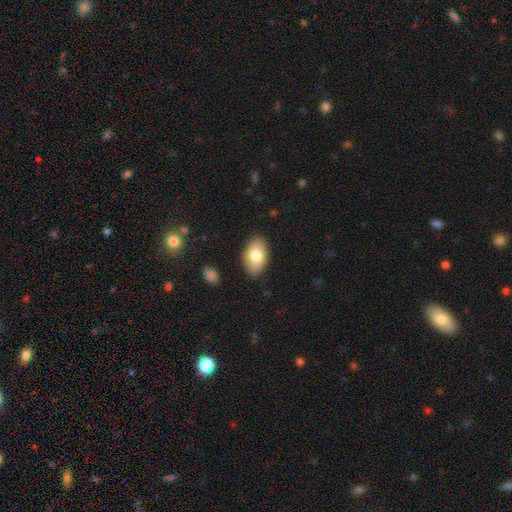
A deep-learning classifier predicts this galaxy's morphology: Overall: smooth (79%). How rounded: in between (93%). Merging: none (86%).